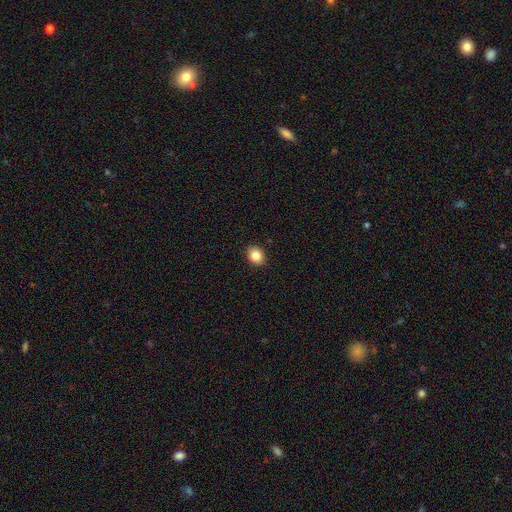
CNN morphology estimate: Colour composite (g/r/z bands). It shows a smooth galaxy with no disk features (85%) that is round (53%). Merging: none (91%).